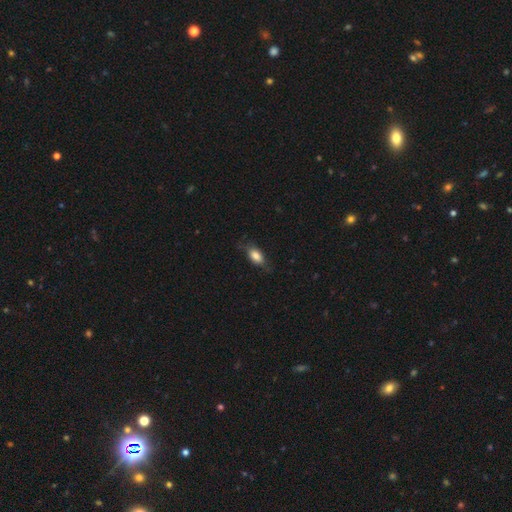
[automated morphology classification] smooth 81%, featured or disk 11%, star or artifact 8%. Down the decision tree: how rounded — in between (86%); merging — none (70%).